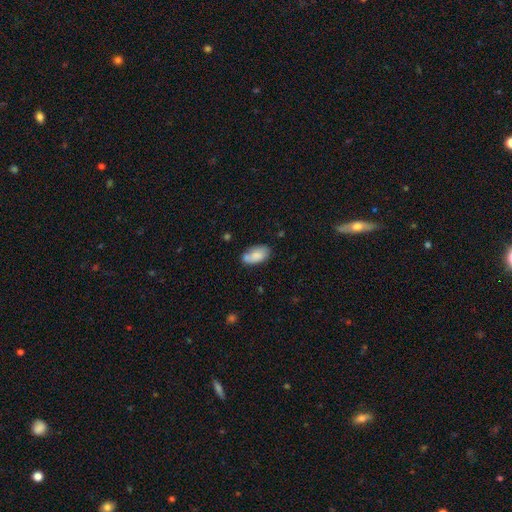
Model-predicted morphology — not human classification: smooth_or_featured: smooth (p=0.80) [alt: featured or disk p=0.13]
how_rounded: in between (p=0.93) [alt: cigar-shaped p=0.04]
merging: none (p=0.60) [alt: minor disturbance p=0.22]